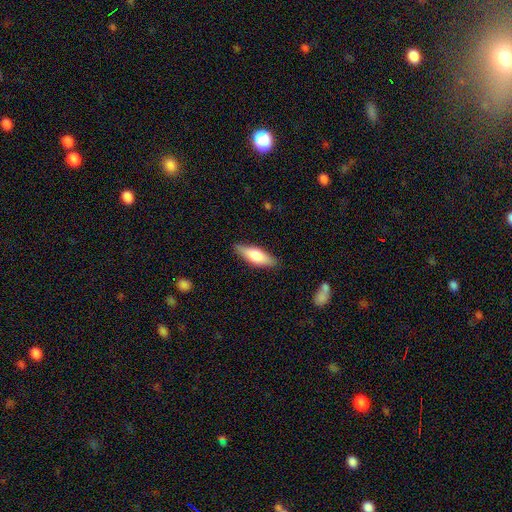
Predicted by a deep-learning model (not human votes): This appears to be a smooth galaxy with no disk features (66%) that is in between round and cigar-shaped (54%). Merging: none (84%).